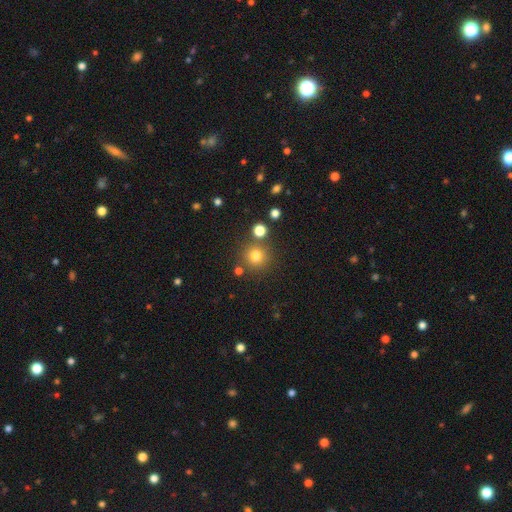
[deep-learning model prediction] This appears to be a smooth galaxy with no disk features (77%) that is round (93%). Merging: none (80%).